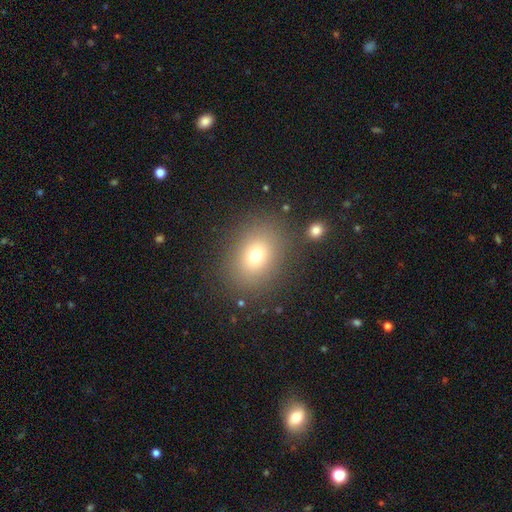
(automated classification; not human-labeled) smooth 72%, star or artifact 15%, featured or disk 13%. Down the decision tree: how rounded — in between (53%); merging — none (84%).